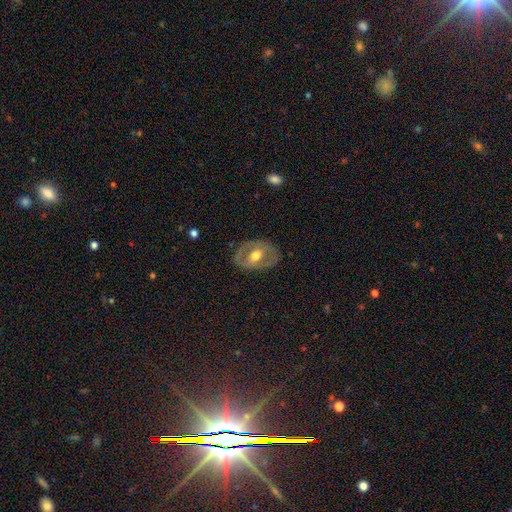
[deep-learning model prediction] A featured or disk galaxy (63%) with no bar (43%), no spiral arms (66%) and a moderate central bulge (76%).

Vote fractions:
- Smooth or featured? featured or disk: 63% / smooth: 31% / star or artifact: 6%
- Edge-on disk? no: 93% / yes: 7%
- Bar? no: 43% / weak: 35% / strong: 22%
- Spiral arms? no: 66% / yes: 34%
- Bulge size? moderate: 76% / large: 12% / small: 10% / none: 1% / dominant: 1%
- Merging? none: 77% / minor disturbance: 15% / major disturbance: 6% / merger: 1%